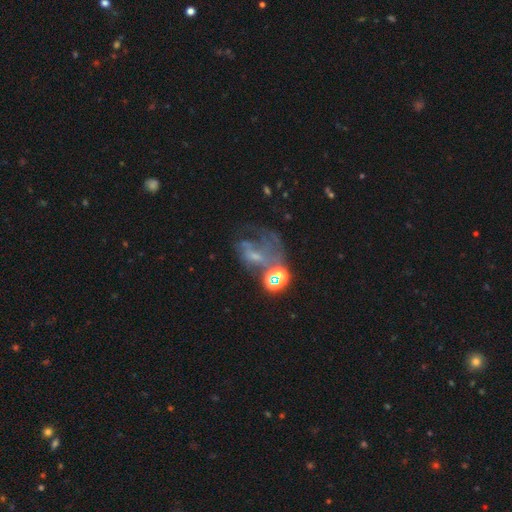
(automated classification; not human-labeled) Morphology: type=featured or disk (54%); edge-on=no (97%); bar=no (62%); spiral arms=yes (51%); bulge=small (45%); merging=major disturbance (43%).